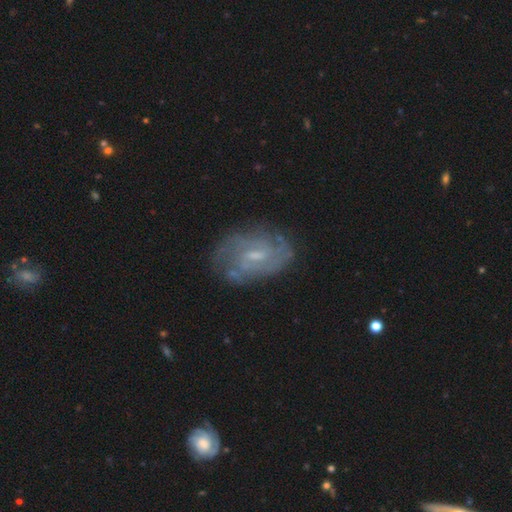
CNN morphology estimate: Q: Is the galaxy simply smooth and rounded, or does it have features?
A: featured or disk — 76%.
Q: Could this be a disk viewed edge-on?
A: no — 96%.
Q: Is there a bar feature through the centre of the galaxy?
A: weak — 62%.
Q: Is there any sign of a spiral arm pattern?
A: yes — 83%.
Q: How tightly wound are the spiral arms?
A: tight — 48%.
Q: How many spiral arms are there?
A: can't tell — 45%.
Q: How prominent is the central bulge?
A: small — 51%.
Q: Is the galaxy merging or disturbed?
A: none — 69%.